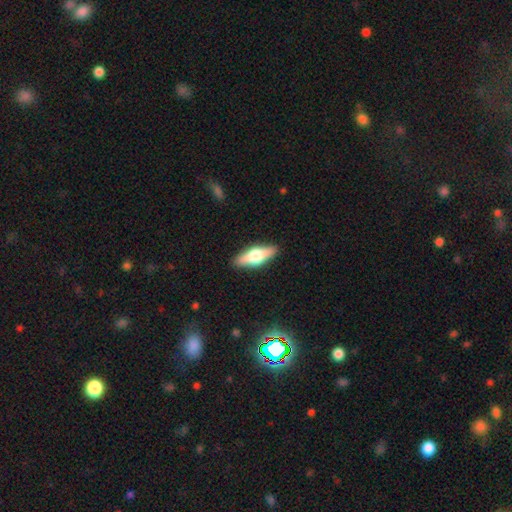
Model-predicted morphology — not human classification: smooth 48%, featured or disk 46%, star or artifact 6%. Down the decision tree: merging — none (89%).